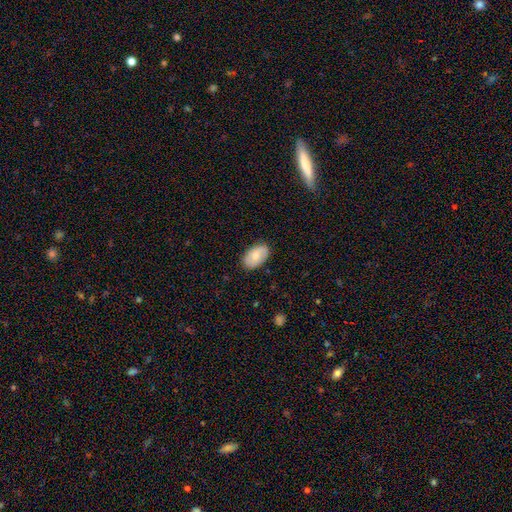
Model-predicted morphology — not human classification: Smooth or featured? Predicted: smooth (p=0.65). How rounded? Predicted: in between (p=0.92). Merging? Predicted: none (p=0.84).